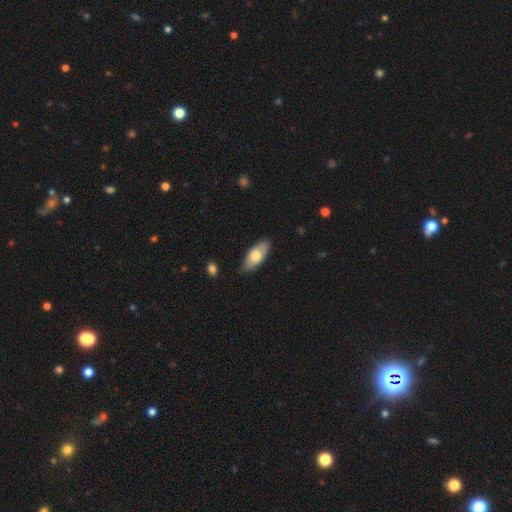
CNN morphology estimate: Smooth or featured? smooth (69%)
How rounded? in between (83%)
Merging? none (84%)